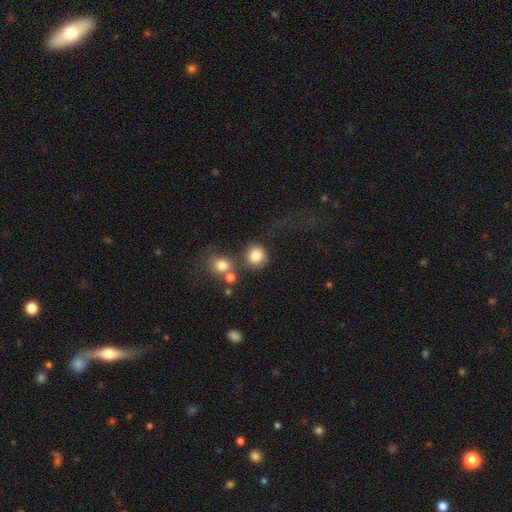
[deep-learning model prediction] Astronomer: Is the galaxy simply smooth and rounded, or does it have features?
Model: smooth — 82%.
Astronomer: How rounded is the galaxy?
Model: round — 87%.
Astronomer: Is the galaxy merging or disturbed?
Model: none — 62%.